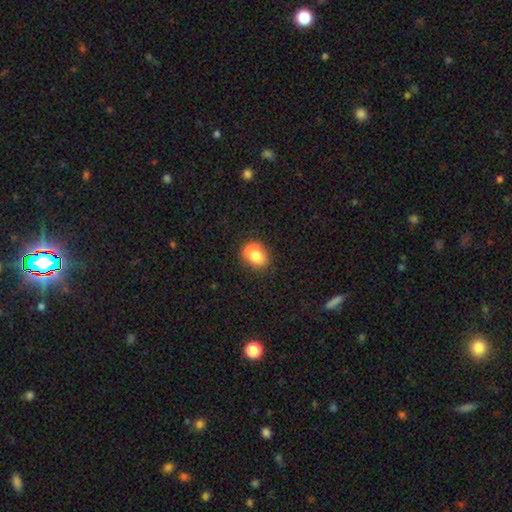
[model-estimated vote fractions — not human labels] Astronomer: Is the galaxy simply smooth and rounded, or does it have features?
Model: smooth — 75%.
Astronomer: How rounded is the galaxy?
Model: in between — 56% (runner-up: round, 42%).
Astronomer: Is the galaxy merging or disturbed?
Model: none — 62%.